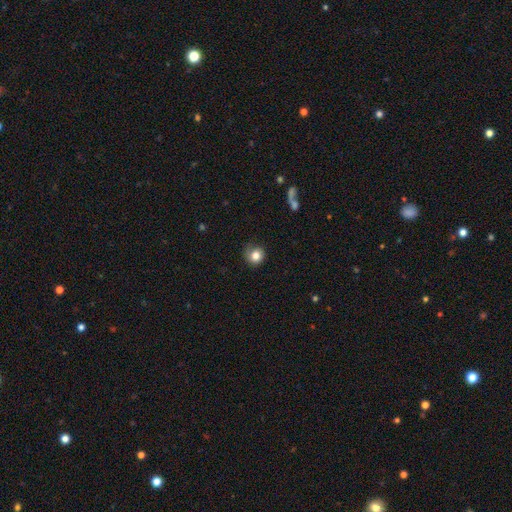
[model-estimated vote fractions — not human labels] Overall: smooth (81%). How rounded: round (89%). Merging: none (73%).